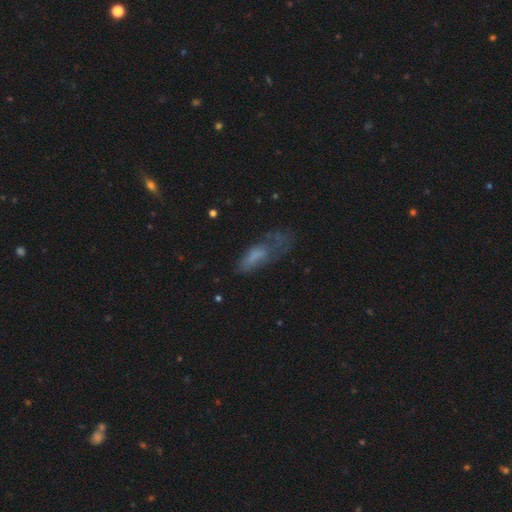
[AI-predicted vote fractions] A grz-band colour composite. It shows a smooth galaxy with no disk features (53%) that is in between round and cigar-shaped (66%). Merging: major disturbance (40%).